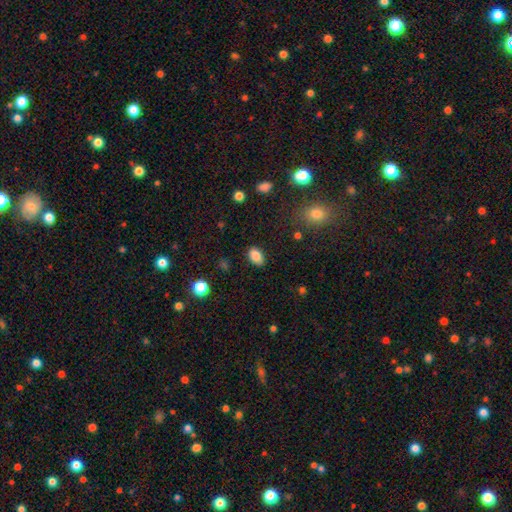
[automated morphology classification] Smooth or featured? smooth (85%)
How rounded? in between (89%)
Merging? none (86%)